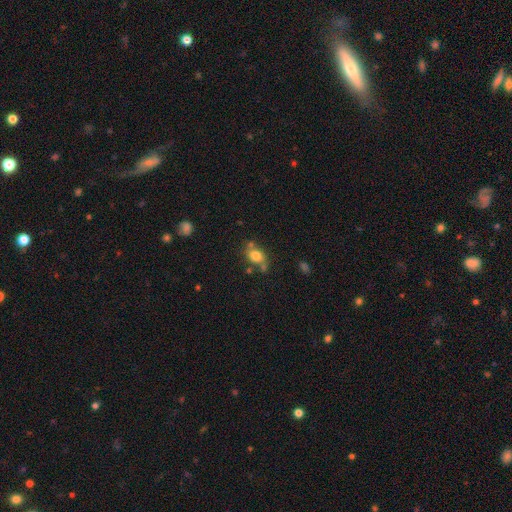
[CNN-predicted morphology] Smooth or featured? smooth (78%)
How rounded? in between (63%)
Merging? none (59%)